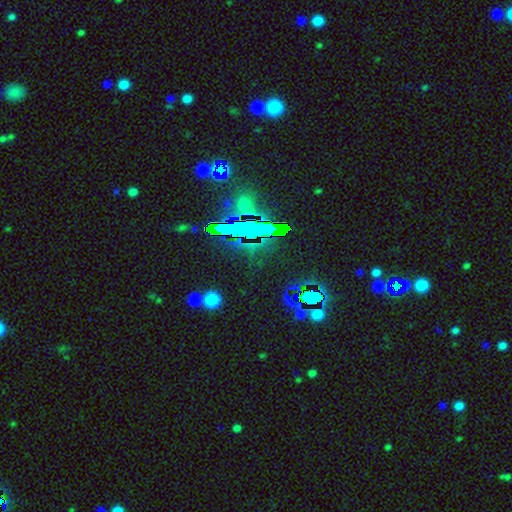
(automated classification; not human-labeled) Smooth or featured? star or artifact (79%)